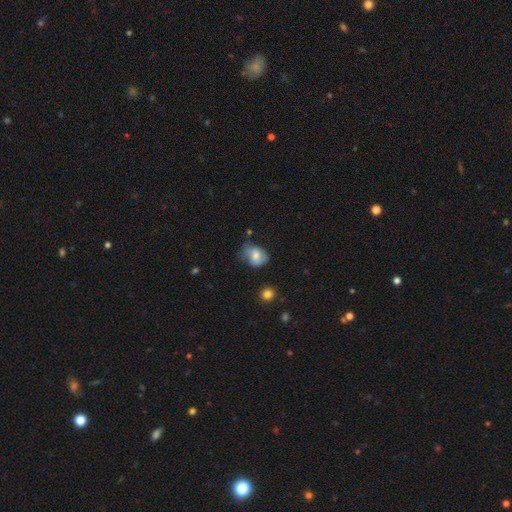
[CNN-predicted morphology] The model was most divided on "merging": none: 44%, minor disturbance: 37%, major disturbance: 15%, merger: 4%. More confident: how rounded — in between (67%); smooth or featured — smooth (65%).